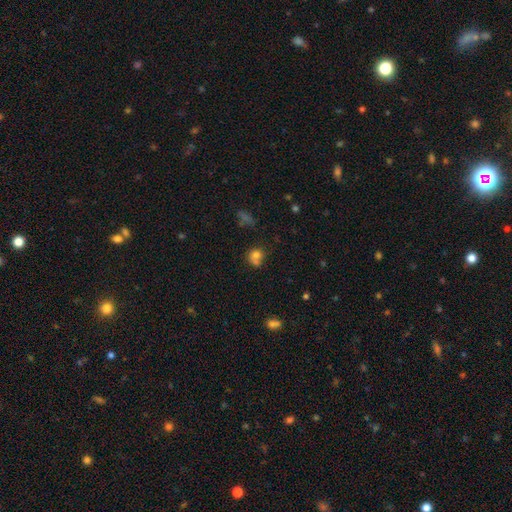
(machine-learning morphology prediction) smooth 74%, star or artifact 13%, featured or disk 13%. Down the decision tree: how rounded — round (73%); merging — none (43%).